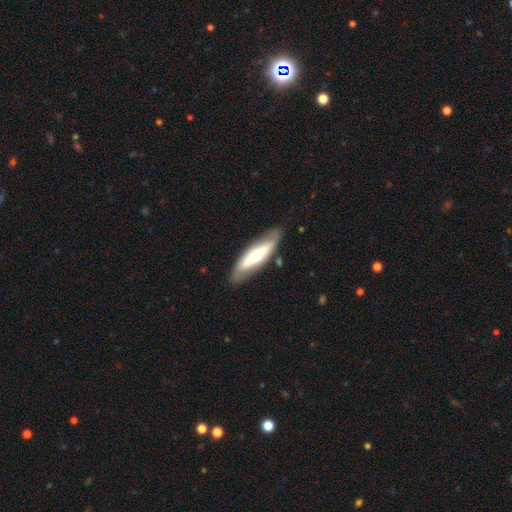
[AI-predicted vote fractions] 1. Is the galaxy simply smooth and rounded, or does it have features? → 53% featured or disk, 42% smooth, 5% star or artifact.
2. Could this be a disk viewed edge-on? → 55% yes, 45% no.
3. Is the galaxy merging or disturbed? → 79% none, 15% minor disturbance, 4% major disturbance, 2% merger.